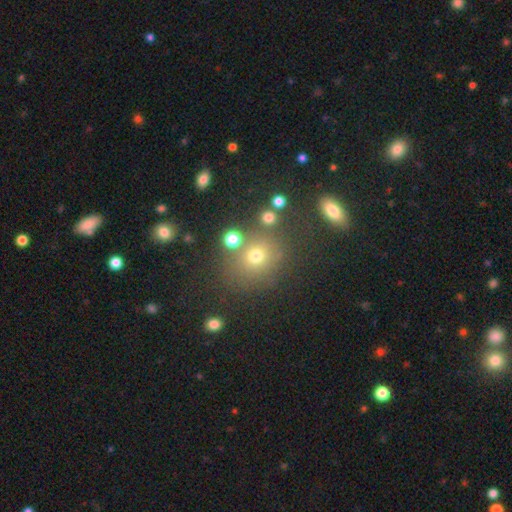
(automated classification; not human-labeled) The model was most divided on "smooth or featured": smooth: 68%, star or artifact: 21%, featured or disk: 11%. More confident: how rounded — round (76%); merging — none (71%).